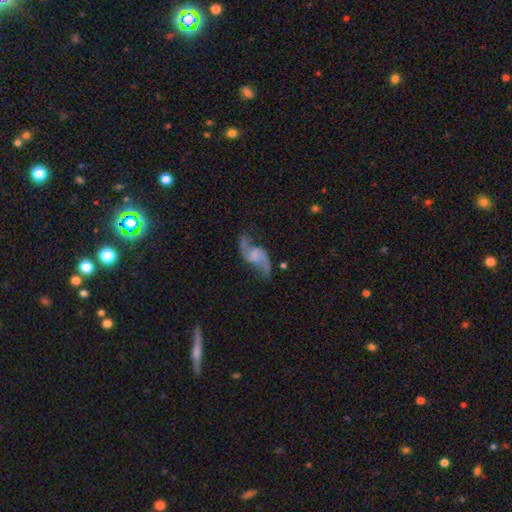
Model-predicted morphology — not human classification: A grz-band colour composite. It shows a featured or disk galaxy (84%) with no bar (50%), 2 (93%) loose (79%) spiral arms (95%) and no central bulge (53%). Merging: none (65%).